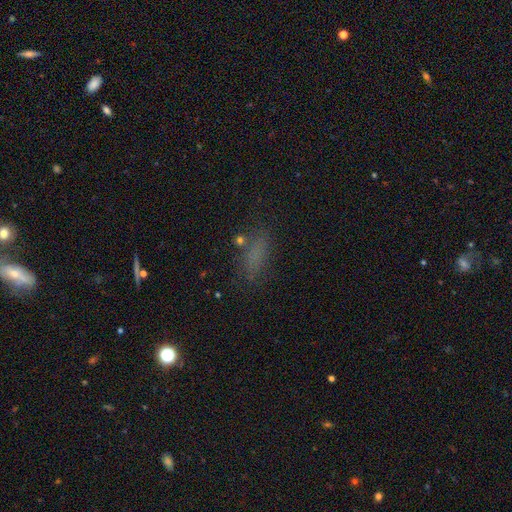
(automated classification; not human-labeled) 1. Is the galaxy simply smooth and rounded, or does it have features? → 67% smooth, 22% star or artifact, 11% featured or disk.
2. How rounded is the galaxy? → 69% in between, 24% cigar-shaped, 7% round.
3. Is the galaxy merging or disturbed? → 70% none, 16% minor disturbance, 9% major disturbance, 4% merger.